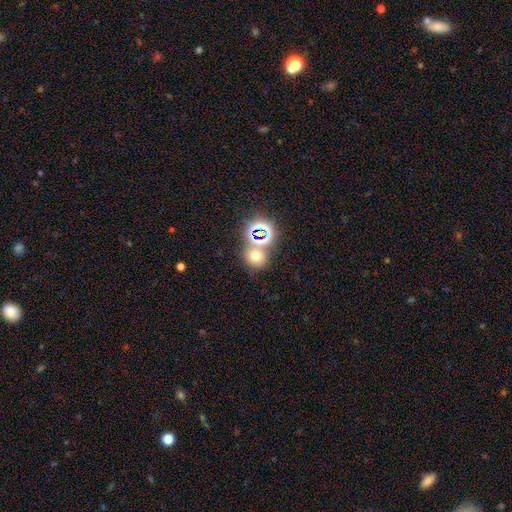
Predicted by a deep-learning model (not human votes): A smooth galaxy with no disk features (59%) that is round (77%). Merging: none (61%).